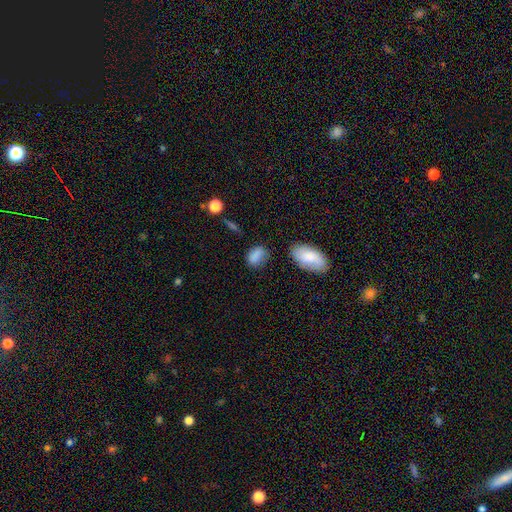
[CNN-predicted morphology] This appears to be a smooth galaxy with no disk features (83%) that is in between round and cigar-shaped (81%). Merging: none (65%).